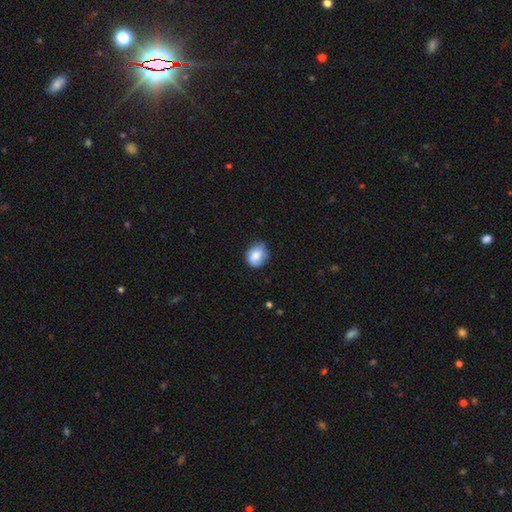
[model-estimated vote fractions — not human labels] Smooth or featured? Predicted: smooth (p=0.83). How rounded? Predicted: round (p=0.59). Merging? Predicted: none (p=0.61).